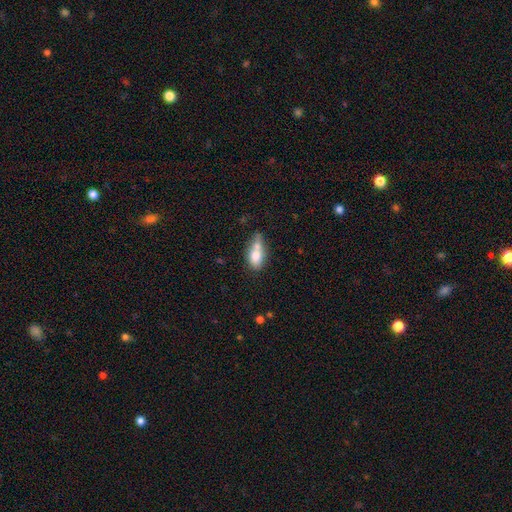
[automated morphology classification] Overall: smooth (71%). How rounded: in between (80%). Merging: merger (44%; none 31%).